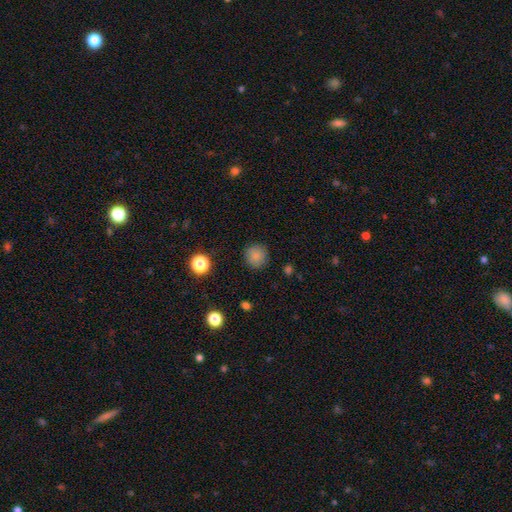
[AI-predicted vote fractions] smooth 82%, star or artifact 12%, featured or disk 6%. Down the decision tree: how rounded — round (93%); merging — none (87%).